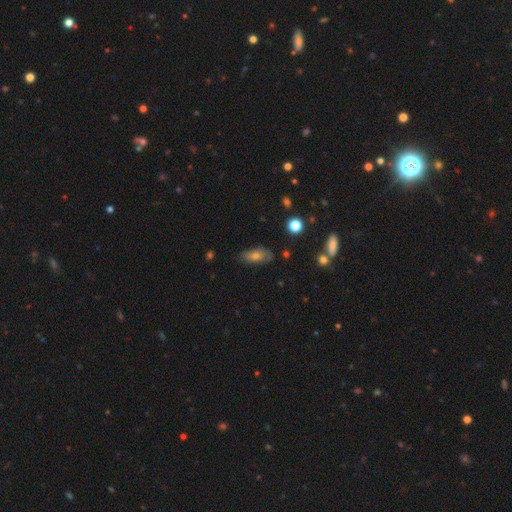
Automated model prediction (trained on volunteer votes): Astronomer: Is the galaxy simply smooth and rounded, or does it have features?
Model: smooth — 61%.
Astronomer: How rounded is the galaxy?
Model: in between — 79%.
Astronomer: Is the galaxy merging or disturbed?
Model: none — 74%.